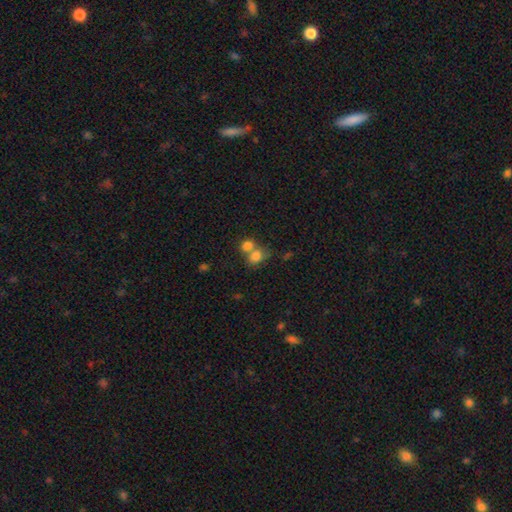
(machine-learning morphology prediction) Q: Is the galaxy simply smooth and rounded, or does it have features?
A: smooth — 78%.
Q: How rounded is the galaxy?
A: in between — 54%.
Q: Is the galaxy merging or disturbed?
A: merger — 59%.